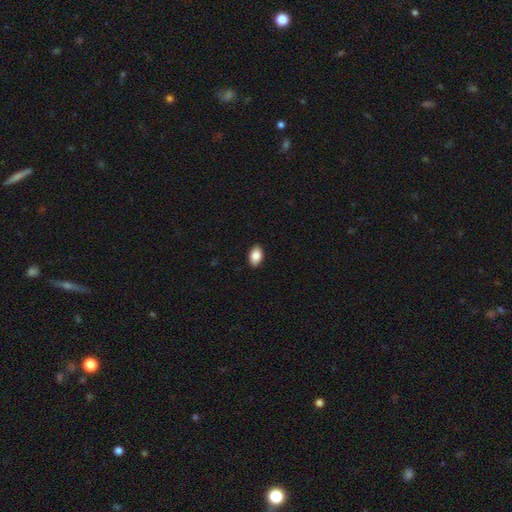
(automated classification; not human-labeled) A smooth galaxy with no disk features (88%) that is in between round and cigar-shaped (89%). Merging: none (90%).